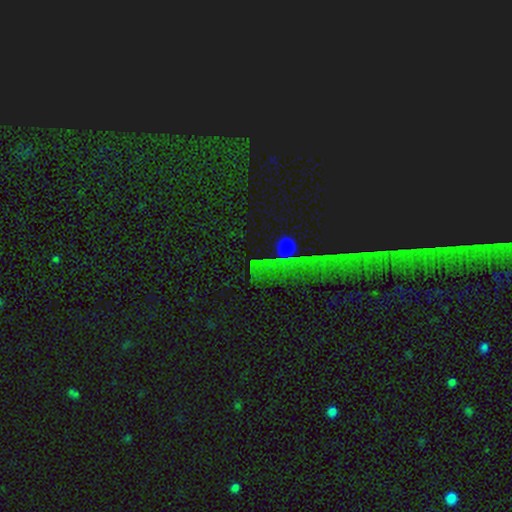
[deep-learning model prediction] Smooth or featured: star or artifact — 66% (smooth — 22%)